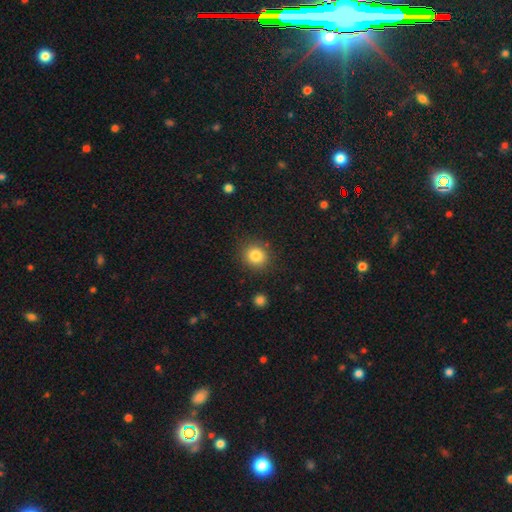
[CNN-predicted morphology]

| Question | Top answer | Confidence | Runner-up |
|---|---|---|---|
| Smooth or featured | smooth | 83% | star or artifact (11%) |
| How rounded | round | 84% | in between (15%) |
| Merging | none | 87% | minor disturbance (8%) |